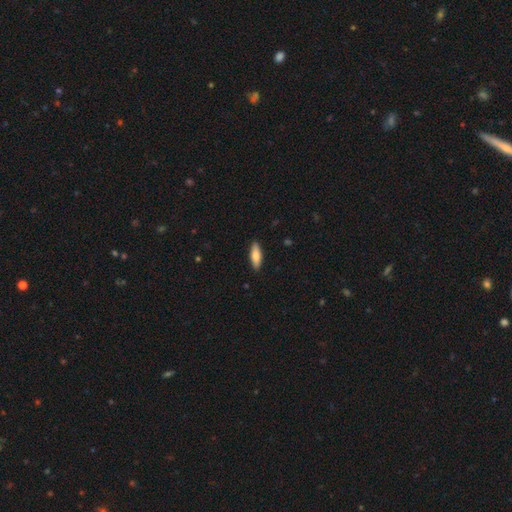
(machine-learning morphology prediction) Overall: smooth (79%). How rounded: in between (56%; cigar-shaped 42%). Merging: none (89%).